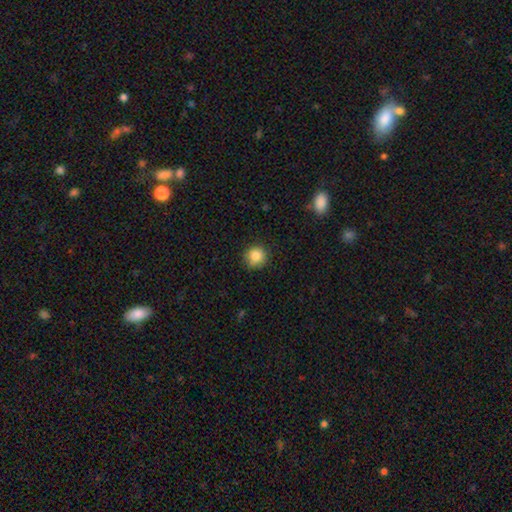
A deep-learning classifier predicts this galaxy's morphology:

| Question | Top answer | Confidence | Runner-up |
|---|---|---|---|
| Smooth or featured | smooth | 85% | star or artifact (10%) |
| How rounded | round | 92% | in between (7%) |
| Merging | none | 85% | minor disturbance (12%) |